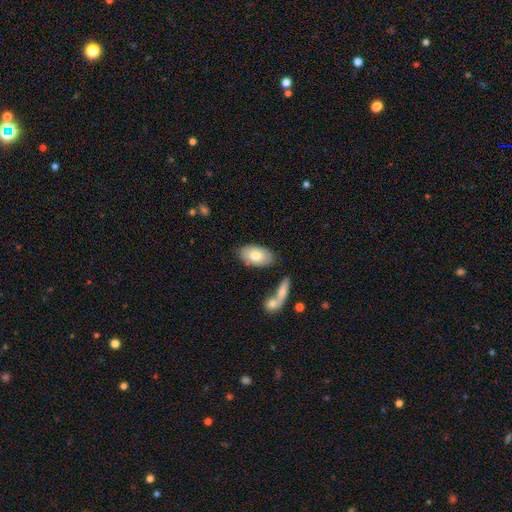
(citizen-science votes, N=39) smooth 64%, featured or disk 28%, star or artifact 8%. Down the decision tree: how rounded — in between (88%); merging — none (67%).